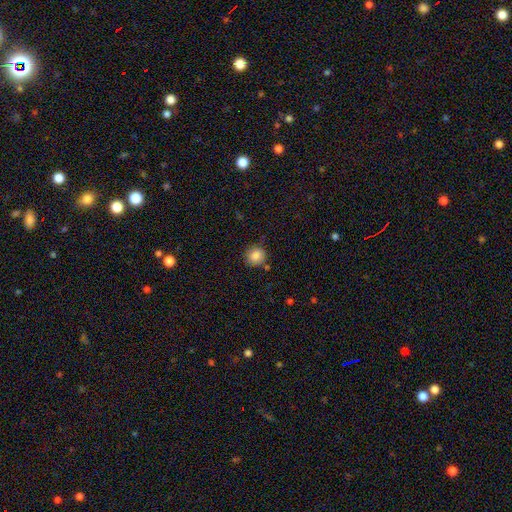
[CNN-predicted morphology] Overall: smooth (86%). How rounded: round (91%). Merging: none (81%).